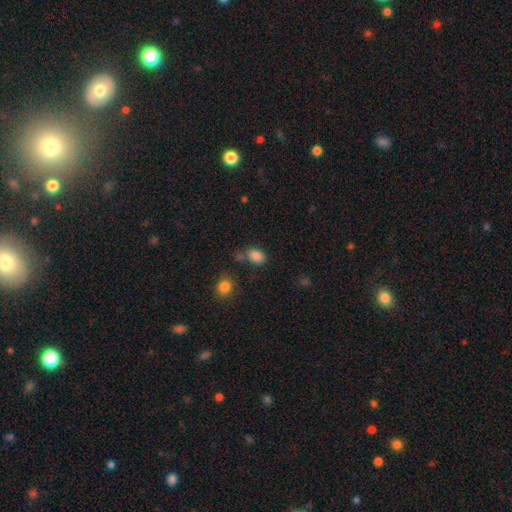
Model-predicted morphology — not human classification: Smooth or featured? Predicted: smooth (p=0.84). How rounded? Predicted: in between (p=0.74). Merging? Predicted: none (p=0.69).